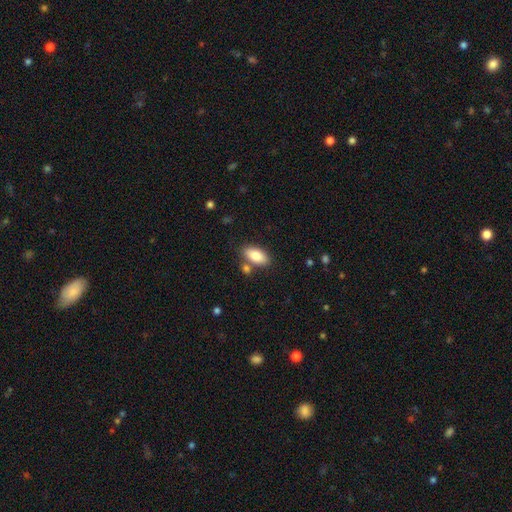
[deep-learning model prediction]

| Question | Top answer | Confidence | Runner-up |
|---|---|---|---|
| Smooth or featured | smooth | 83% | featured or disk (10%) |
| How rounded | in between | 90% | cigar-shaped (7%) |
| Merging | none | 75% | minor disturbance (11%) |